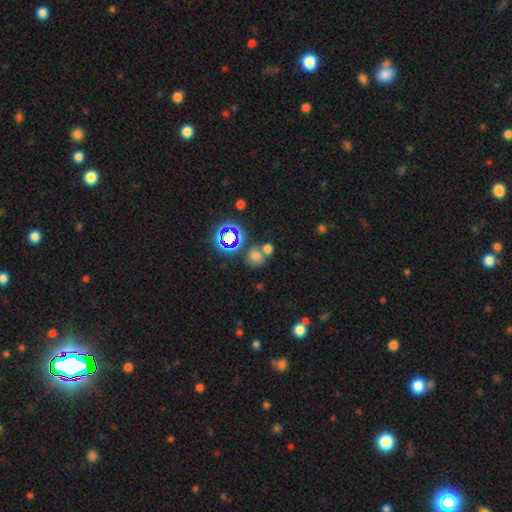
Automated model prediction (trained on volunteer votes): A smooth galaxy with no disk features (62%) that is round (79%). Merging: none (51%).